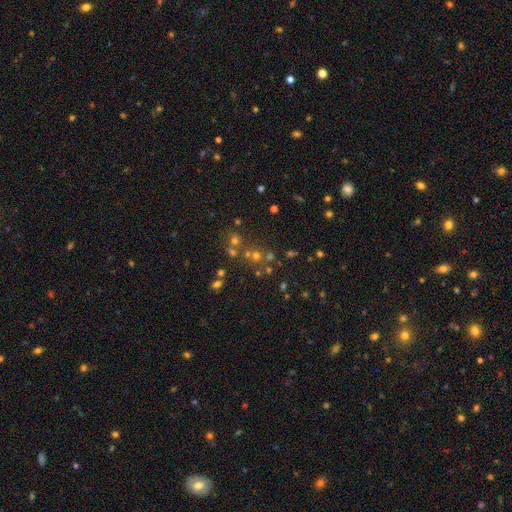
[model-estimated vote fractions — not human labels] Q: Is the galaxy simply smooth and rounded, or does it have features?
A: star or artifact — 50%.